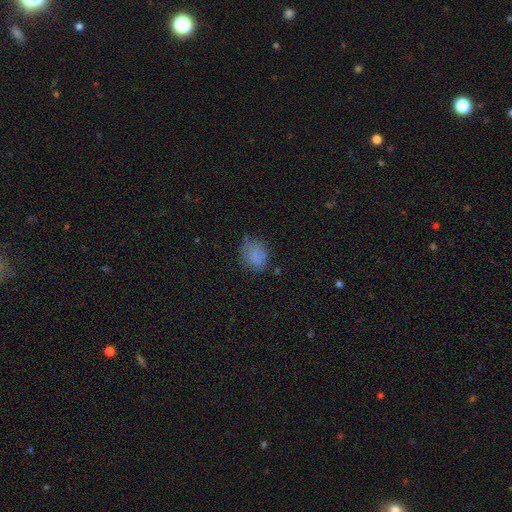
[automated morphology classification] Smooth or featured? Predicted: smooth (p=0.77). How rounded? Predicted: in between (p=0.59). Merging? Predicted: none (p=0.55).